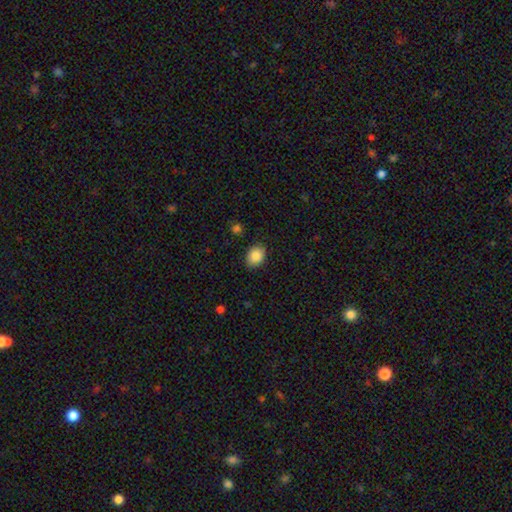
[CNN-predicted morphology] Q: Smooth or featured?
A: smooth (86%); runner-up: star or artifact (8%)
Q: How rounded?
A: in between (66%); runner-up: round (33%)
Q: Merging?
A: none (86%); runner-up: minor disturbance (11%)